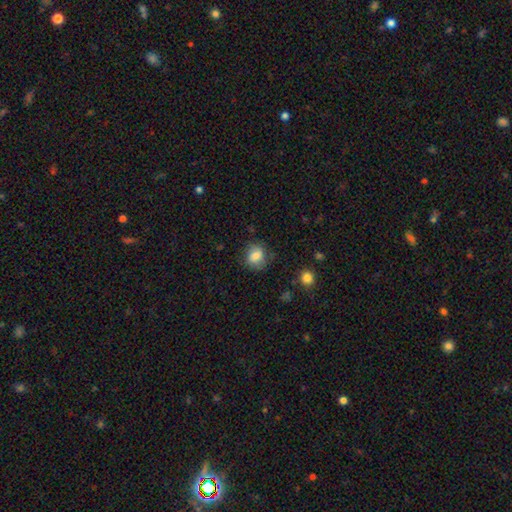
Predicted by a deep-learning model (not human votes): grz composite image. It shows a smooth galaxy with no disk features (81%) that is round (68%). Merging: none (72%).